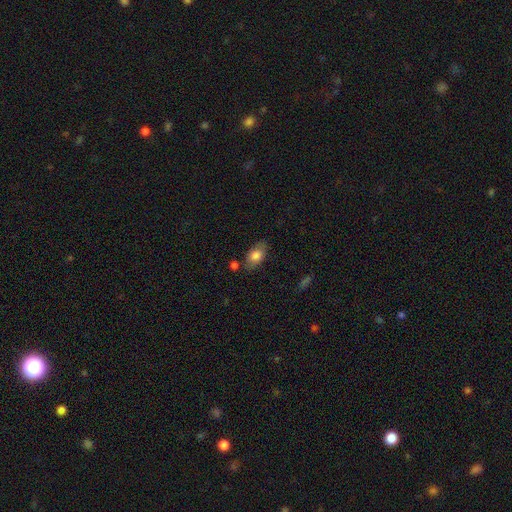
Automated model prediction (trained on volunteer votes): smooth 78%, featured or disk 15%, star or artifact 7%. Down the decision tree: how rounded — in between (89%); merging — none (73%).